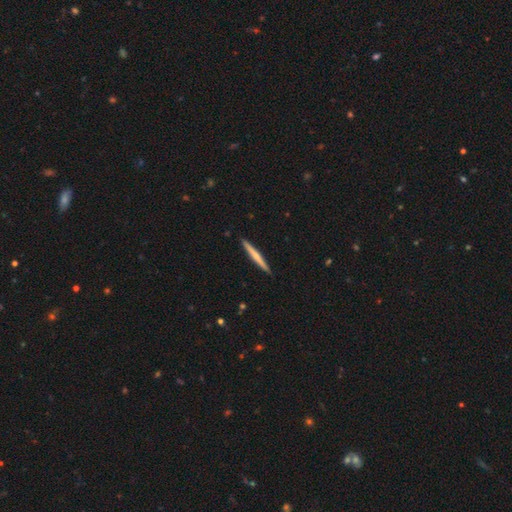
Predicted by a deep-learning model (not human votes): smooth_or_featured: featured or disk (p=0.50) [alt: smooth p=0.45]
merging: none (p=0.92) [alt: minor disturbance p=0.06]